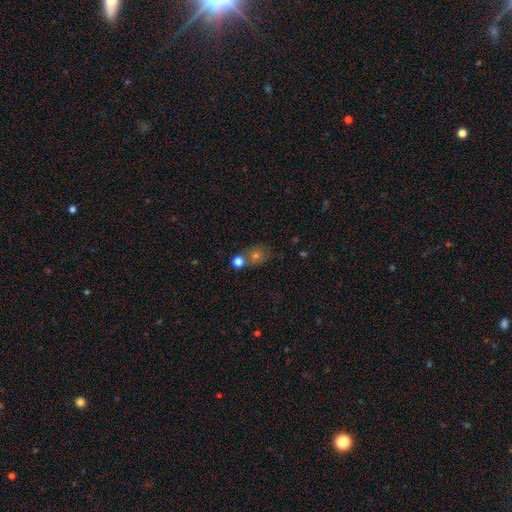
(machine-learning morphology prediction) This appears to be a smooth galaxy with no disk features (58%) that is round (66%). Merging: none (62%).